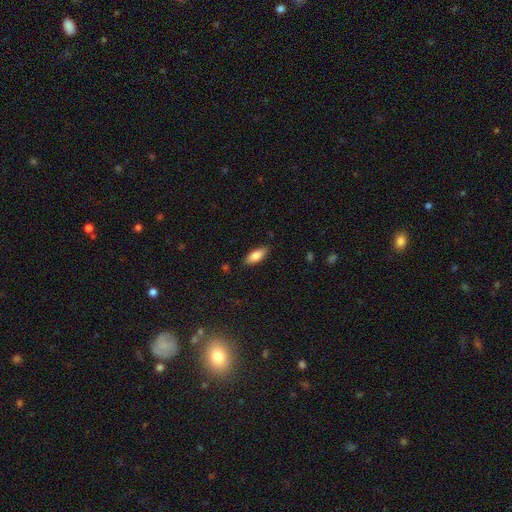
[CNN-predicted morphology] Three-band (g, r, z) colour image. It shows a smooth galaxy with no disk features (81%) that is in between round and cigar-shaped (75%). Merging: none (85%).